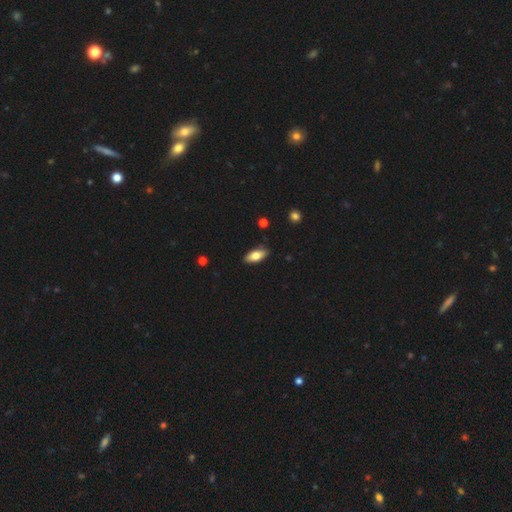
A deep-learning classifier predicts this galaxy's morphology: Smooth or featured: smooth — 75% (featured or disk — 19%)
How rounded: in between — 84% (cigar-shaped — 14%)
Merging: none — 86% (minor disturbance — 11%)